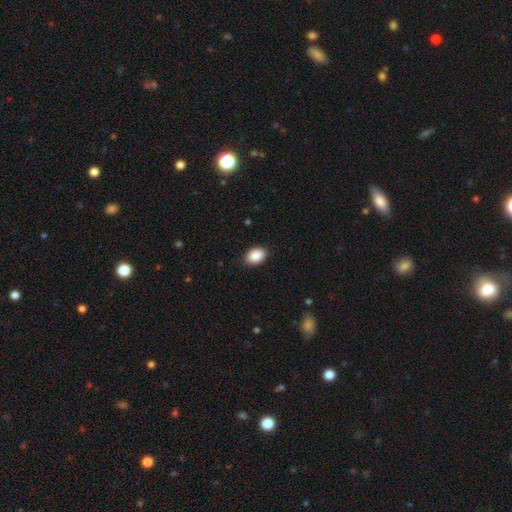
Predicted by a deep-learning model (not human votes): Smooth or featured? smooth (90%)
How rounded? in between (80%)
Merging? none (88%)